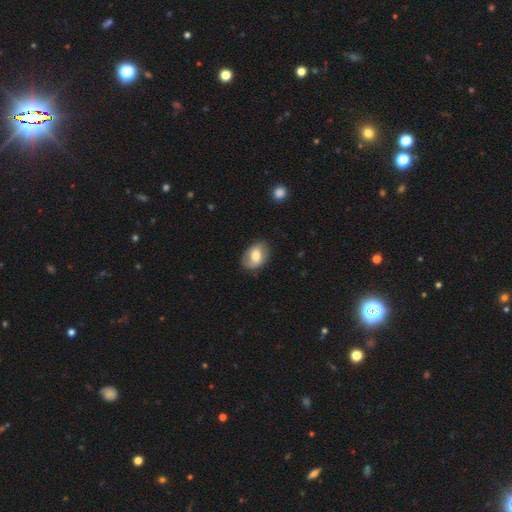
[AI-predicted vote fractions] This is likely a smooth galaxy (64%). How rounded: clearly in between (82%). Merging: likely none (78%).